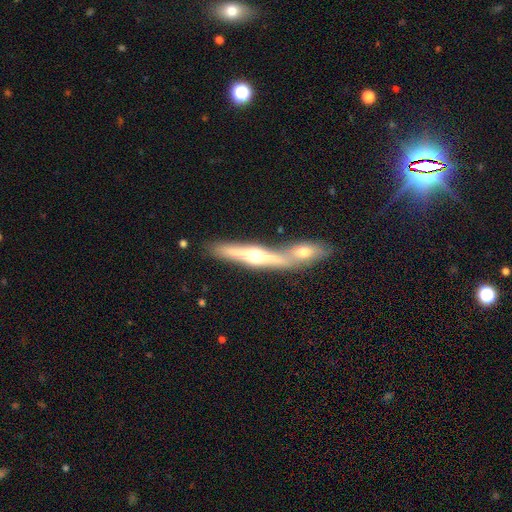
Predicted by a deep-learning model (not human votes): Morphology: type=featured or disk (70%); edge-on=yes (94%); edge-on bulge=rounded (92%); merging=none (51%).